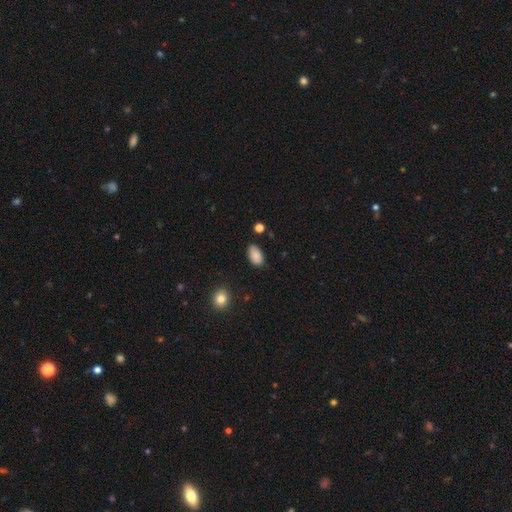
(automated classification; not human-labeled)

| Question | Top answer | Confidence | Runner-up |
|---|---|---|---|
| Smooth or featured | smooth | 87% | star or artifact (8%) |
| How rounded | in between | 93% | round (5%) |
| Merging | none | 77% | minor disturbance (18%) |